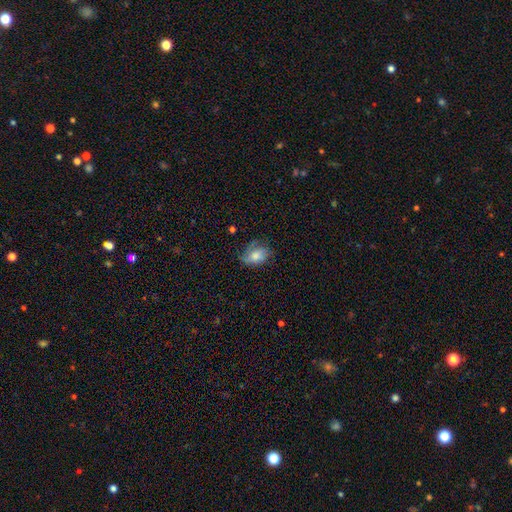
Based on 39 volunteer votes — smooth_or_featured: smooth (p=0.49) [alt: featured or disk p=0.44]
how_rounded: in between (p=0.89) [alt: round p=0.11]
merging: none (p=0.50) [alt: minor disturbance p=0.36]